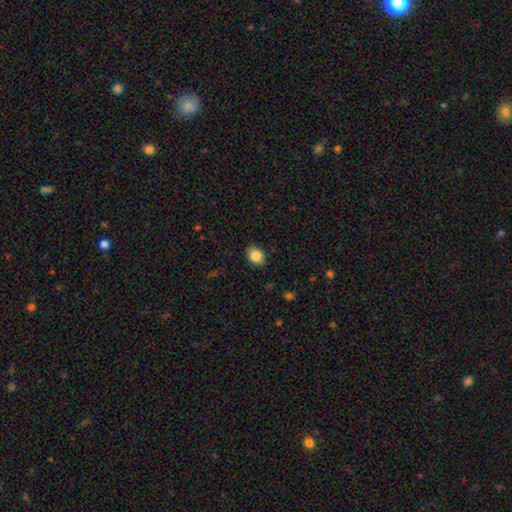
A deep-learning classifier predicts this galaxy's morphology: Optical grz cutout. It shows a smooth galaxy with no disk features (86%) that is round (53%). Merging: none (88%).